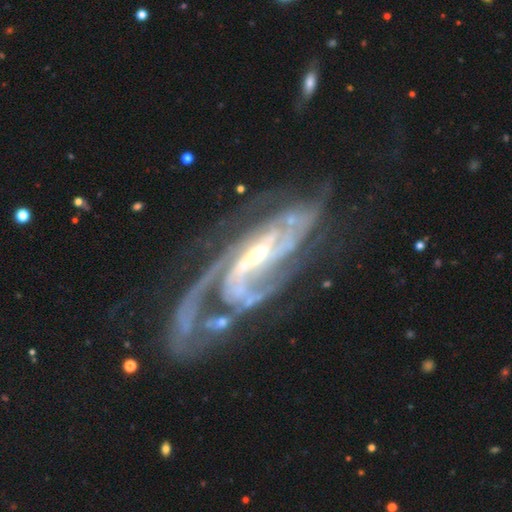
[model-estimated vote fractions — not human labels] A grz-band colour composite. It shows a featured or disk galaxy (91%) with a strong bar (37%), 2 (34%) tight (45%) spiral arms (97%) and a small central bulge (61%). Merging: none (43%).